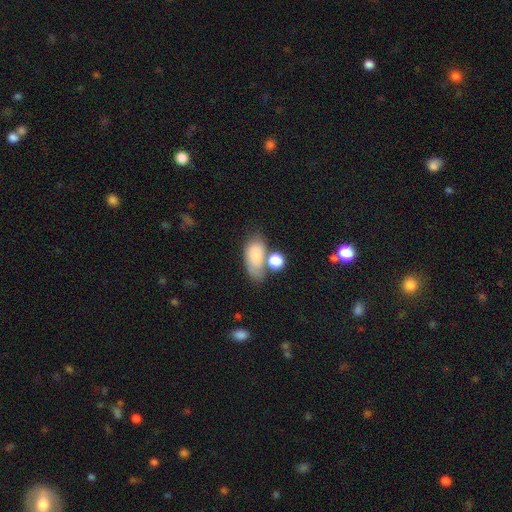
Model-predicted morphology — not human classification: A smooth galaxy with no disk features (80%) that is in between round and cigar-shaped (89%). Merging: none (42%).